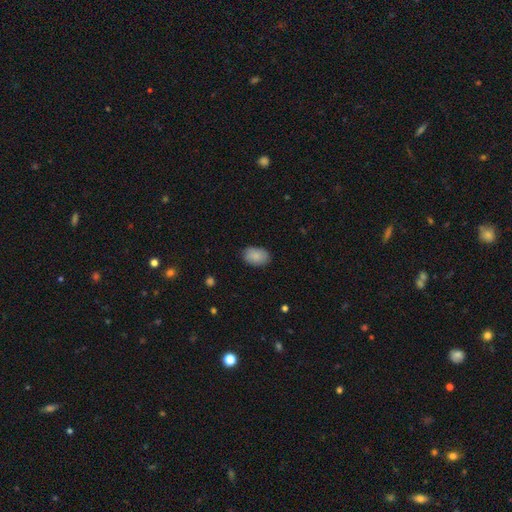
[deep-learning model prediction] Morphology: type=smooth (87%); roundness=in between (83%); merging=none (84%).